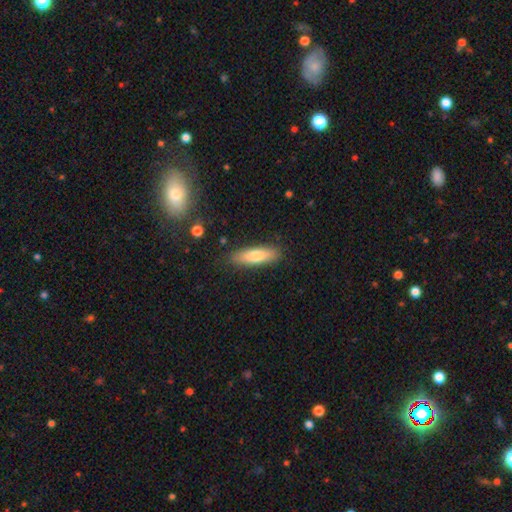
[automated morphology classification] A smooth galaxy with no disk features (74%) that is cigar-shaped (59%).

Vote fractions:
- Smooth or featured? smooth: 74% / featured or disk: 20% / star or artifact: 6%
- How rounded? cigar-shaped: 59% / in between: 39% / round: 2%
- Merging? none: 86% / minor disturbance: 10% / major disturbance: 2% / merger: 2%